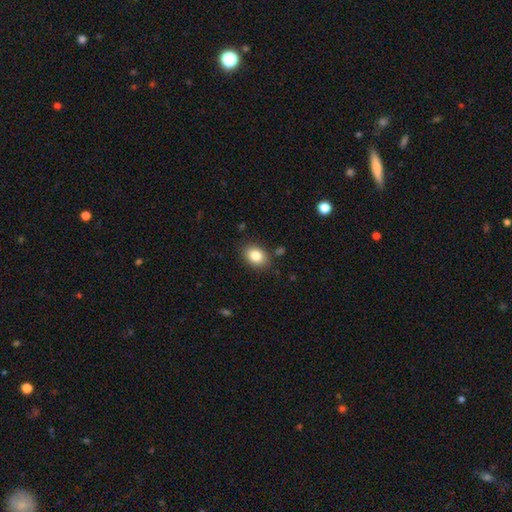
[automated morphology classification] Smooth or featured: smooth — 84% (star or artifact — 9%)
How rounded: in between — 70% (round — 29%)
Merging: none — 84% (minor disturbance — 11%)